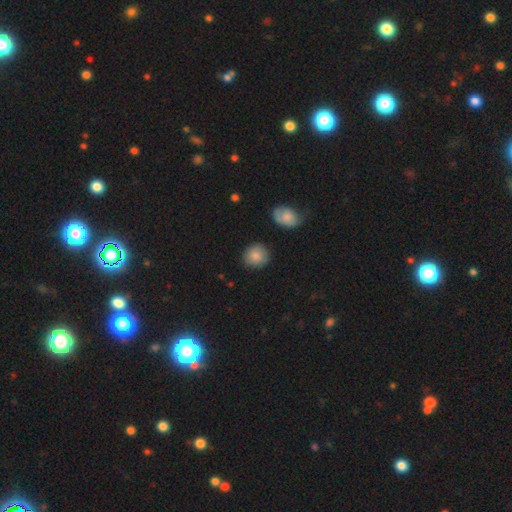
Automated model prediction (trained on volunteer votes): This appears to be a smooth galaxy with no disk features (85%) that is round (83%). Merging: none (85%).